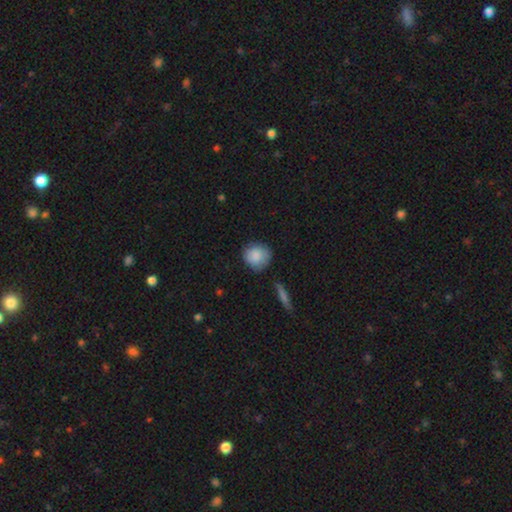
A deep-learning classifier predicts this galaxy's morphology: A smooth galaxy with no disk features (86%) that is round (87%). Merging: none (74%).